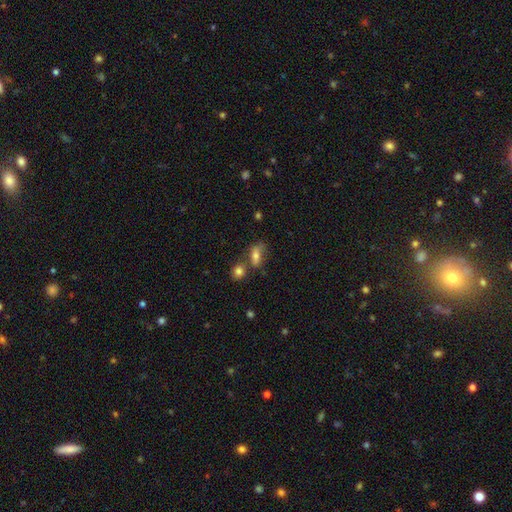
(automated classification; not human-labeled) Q: Smooth or featured?
A: smooth (67%); runner-up: featured or disk (20%)
Q: How rounded?
A: in between (74%); runner-up: round (13%)
Q: Merging?
A: none (44%); runner-up: merger (27%)